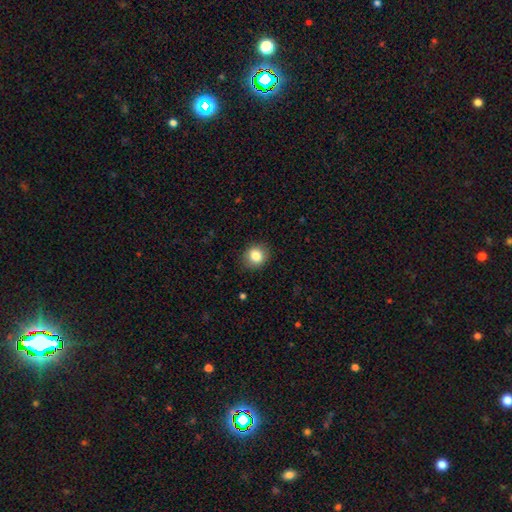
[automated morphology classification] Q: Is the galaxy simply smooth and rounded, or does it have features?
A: smooth — 83%.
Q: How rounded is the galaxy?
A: round — 79%.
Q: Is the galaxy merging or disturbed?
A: none — 88%.